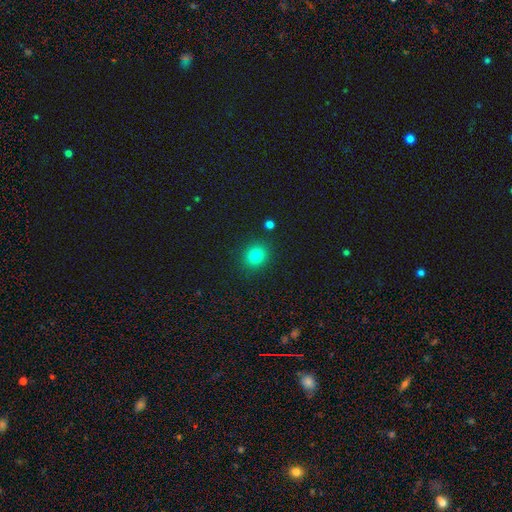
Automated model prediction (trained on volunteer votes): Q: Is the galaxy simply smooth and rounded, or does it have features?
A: smooth — 81%.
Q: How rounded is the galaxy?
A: round — 81%.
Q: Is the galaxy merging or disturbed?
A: none — 88%.